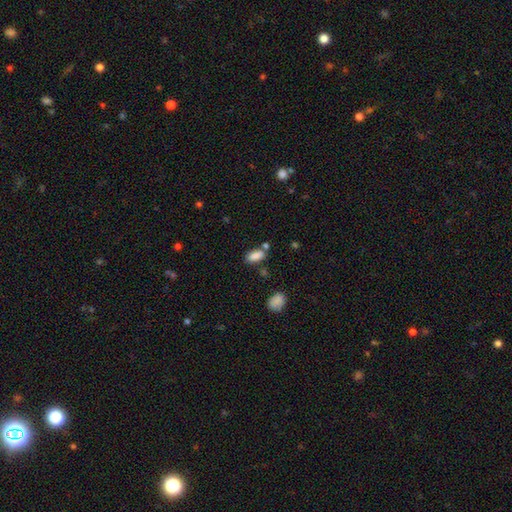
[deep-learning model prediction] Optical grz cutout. It shows a smooth galaxy with no disk features (86%) that is in between round and cigar-shaped (86%). Merging: none (68%).